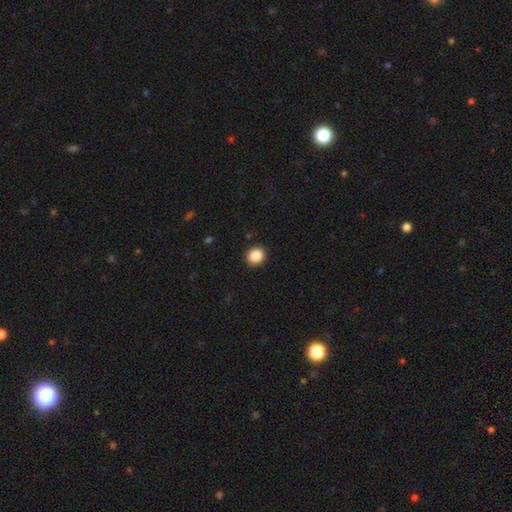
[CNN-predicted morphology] Smooth or featured: smooth — 88% (star or artifact — 9%)
How rounded: round — 83% (in between — 16%)
Merging: none — 91% (minor disturbance — 6%)